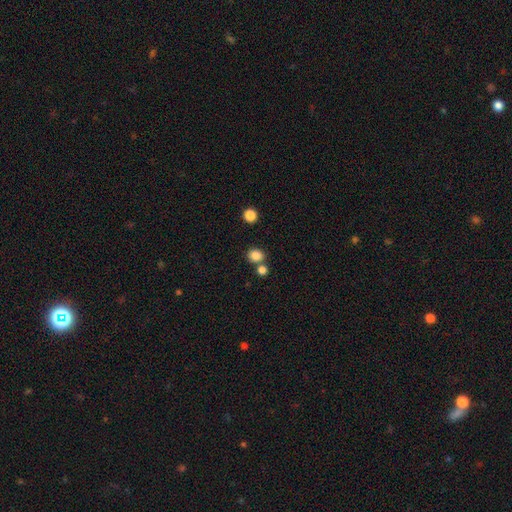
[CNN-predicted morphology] smooth_or_featured: smooth (p=0.84) [alt: star or artifact p=0.11]
how_rounded: round (p=0.74) [alt: in between p=0.25]
merging: none (p=0.66) [alt: merger p=0.23]